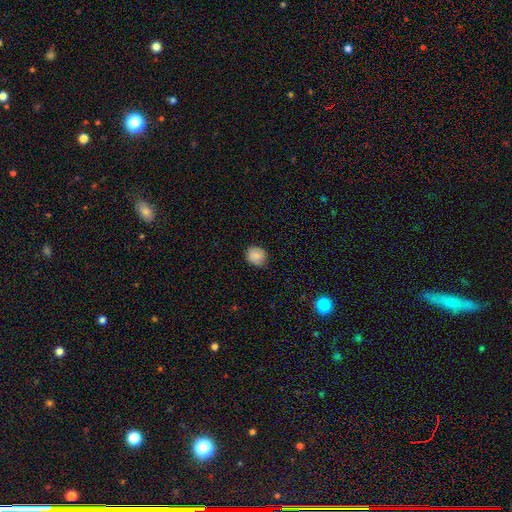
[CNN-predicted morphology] Smooth or featured?
  - smooth: 83% *
  - star or artifact: 9%
  - featured or disk: 8%
How rounded?
  - round: 75% *
  - in between: 24%
  - cigar-shaped: 1%
Merging?
  - none: 82% *
  - minor disturbance: 14%
  - major disturbance: 3%
  - merger: 1%